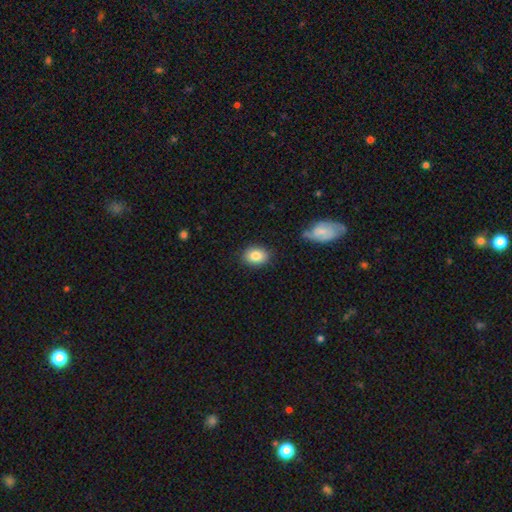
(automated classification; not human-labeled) A smooth galaxy with no disk features (84%) that is in between round and cigar-shaped (62%). Merging: none (85%).